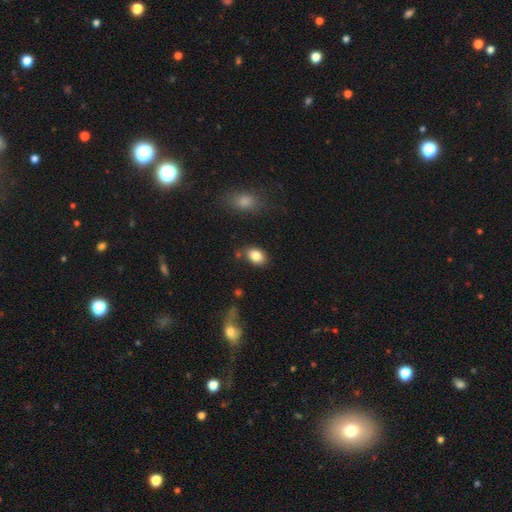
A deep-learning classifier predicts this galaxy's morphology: Smooth or featured: smooth — 85% (star or artifact — 9%)
How rounded: in between — 79% (round — 20%)
Merging: none — 78% (minor disturbance — 14%)